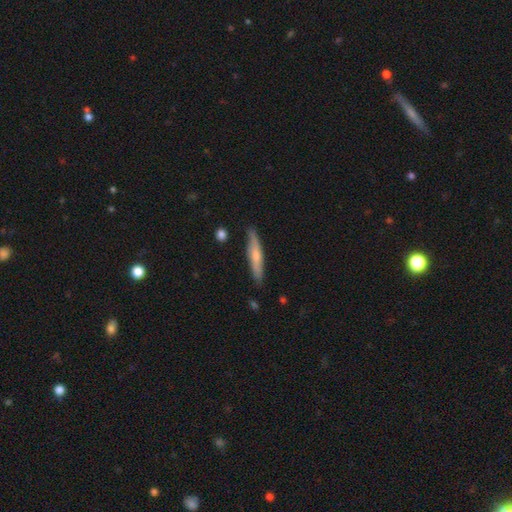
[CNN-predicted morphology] smooth 54%, featured or disk 41%, star or artifact 5%. Down the decision tree: how rounded — cigar-shaped (88%); merging — none (83%).